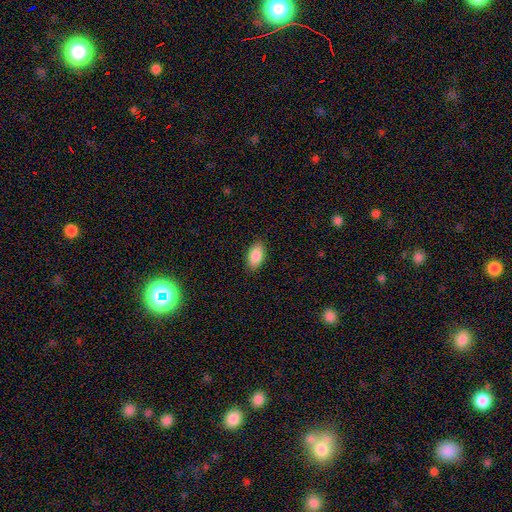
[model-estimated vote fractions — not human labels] Morphology: type=smooth (89%); roundness=in between (94%); merging=none (88%).